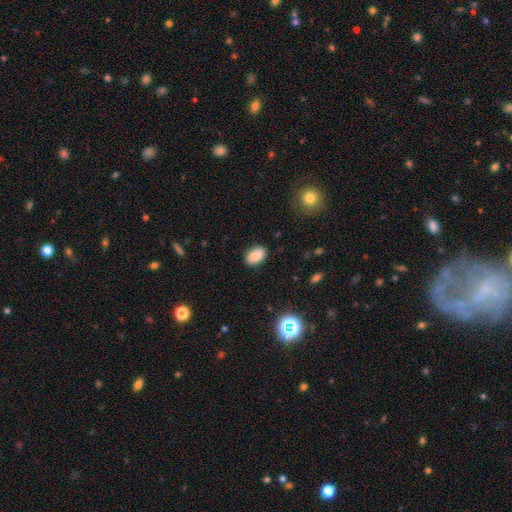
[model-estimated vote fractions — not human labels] Smooth or featured? Predicted: smooth (p=0.83). How rounded? Predicted: in between (p=0.89). Merging? Predicted: none (p=0.83).